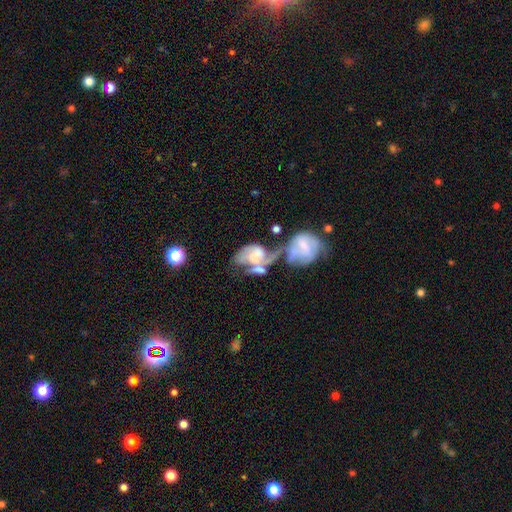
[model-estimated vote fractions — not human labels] Smooth or featured? featured or disk (64%)
Edge-on disk? no (96%)
Bar? no (67%)
Spiral arms? yes (67%)
Bulge size? none (34%)
Merging? merger (62%)